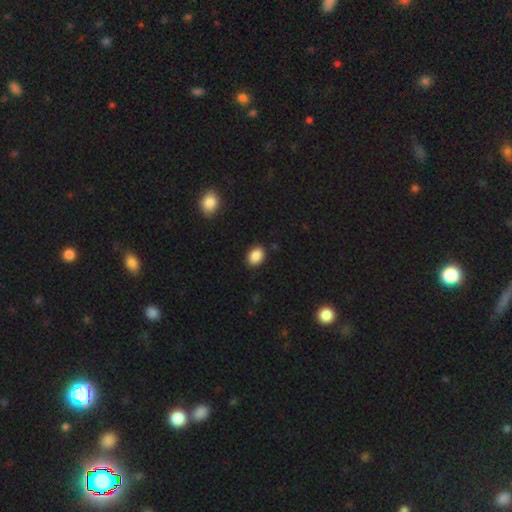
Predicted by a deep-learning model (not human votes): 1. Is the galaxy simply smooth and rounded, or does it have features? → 88% smooth, 8% star or artifact, 4% featured or disk.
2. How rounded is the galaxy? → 75% in between, 24% round, 1% cigar-shaped.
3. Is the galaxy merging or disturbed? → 88% none, 9% minor disturbance, 2% major disturbance, 1% merger.